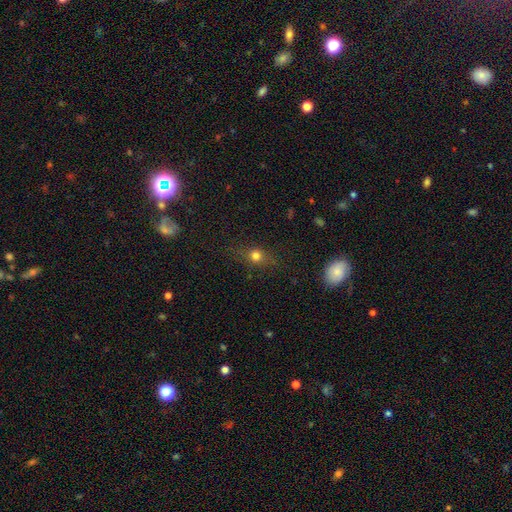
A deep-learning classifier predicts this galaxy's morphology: Smooth or featured: smooth — 65% (star or artifact — 18%)
How rounded: round — 61% (in between — 31%)
Merging: none — 80% (minor disturbance — 13%)